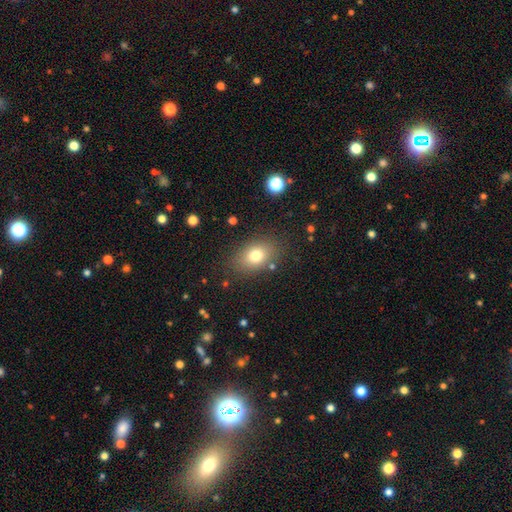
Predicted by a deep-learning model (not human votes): Smooth or featured? smooth (77%)
How rounded? in between (74%)
Merging? none (83%)